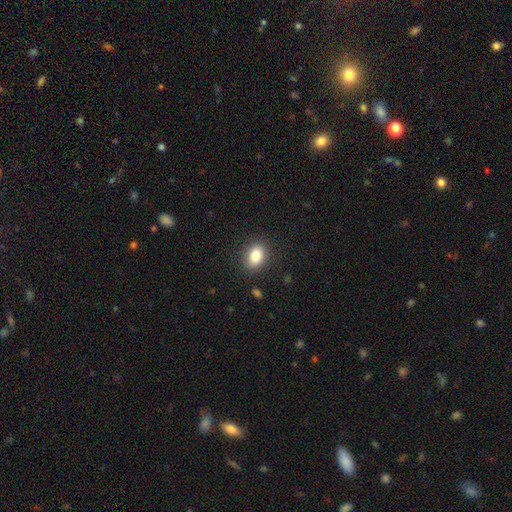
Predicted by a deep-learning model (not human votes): This appears to be a smooth galaxy with no disk features (84%) that is in between round and cigar-shaped (68%). Merging: none (87%).